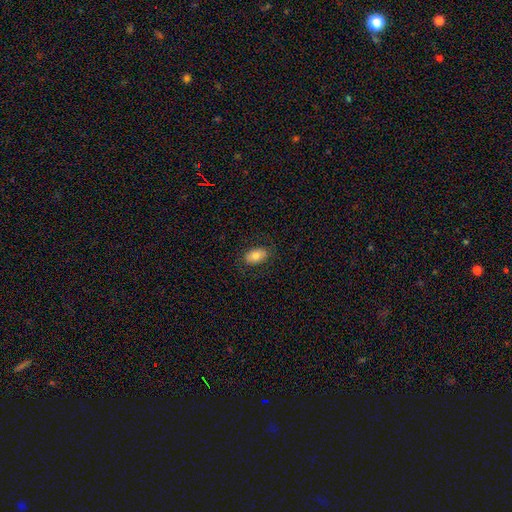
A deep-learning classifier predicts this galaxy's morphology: Smooth or featured?
  - smooth: 80% *
  - featured or disk: 12%
  - star or artifact: 8%
How rounded?
  - in between: 89% *
  - round: 9%
  - cigar-shaped: 1%
Merging?
  - none: 85% *
  - minor disturbance: 11%
  - major disturbance: 3%
  - merger: 1%